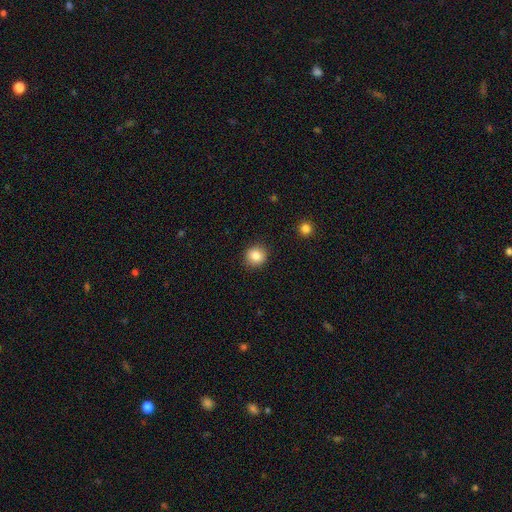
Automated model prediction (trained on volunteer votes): Overall: smooth (84%). How rounded: round (90%). Merging: none (90%).